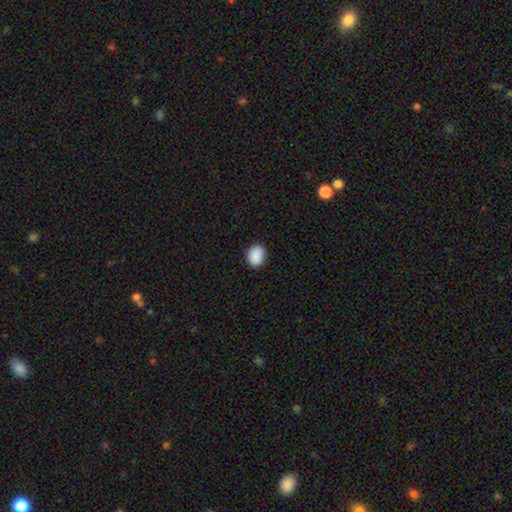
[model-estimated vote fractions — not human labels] The model was most divided on "how rounded": in between: 56%, round: 43%, cigar-shaped: 1%. More confident: smooth or featured — smooth (90%); merging — none (88%).